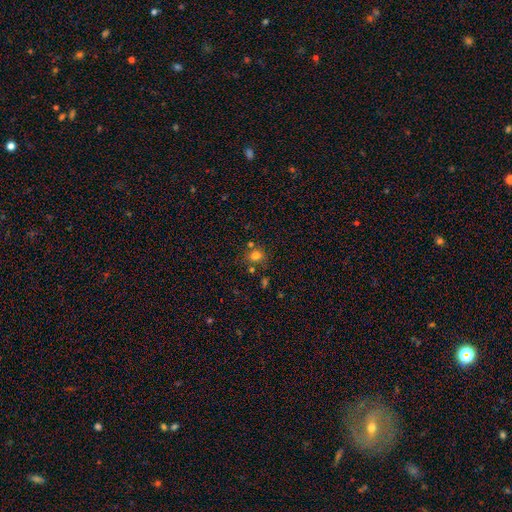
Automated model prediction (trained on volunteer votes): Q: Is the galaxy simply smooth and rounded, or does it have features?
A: smooth — 77%.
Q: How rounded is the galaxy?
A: round — 76%.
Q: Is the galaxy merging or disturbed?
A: none — 71%.